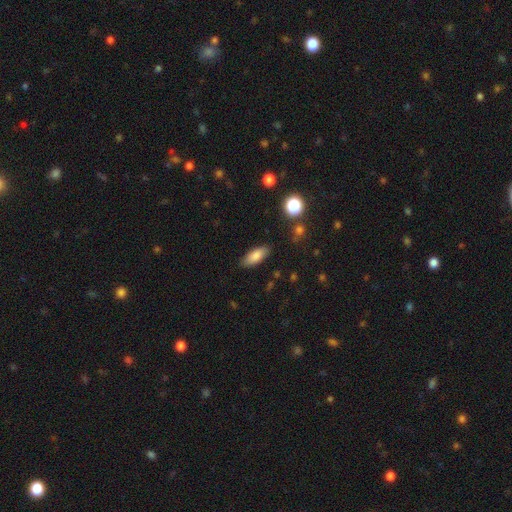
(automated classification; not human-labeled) smooth_or_featured: smooth (p=0.81) [alt: featured or disk p=0.11]
how_rounded: in between (p=0.78) [alt: cigar-shaped p=0.20]
merging: none (p=0.85) [alt: minor disturbance p=0.11]